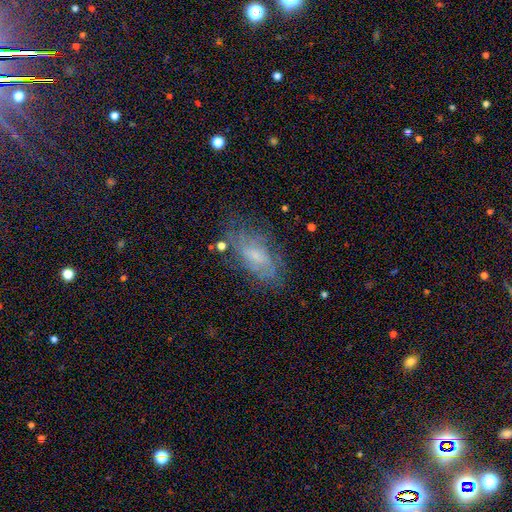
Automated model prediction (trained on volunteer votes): Smooth or featured? Predicted: featured or disk (p=0.60). Edge-on disk? Predicted: no (p=0.91). Bar? Predicted: no (p=0.54). Spiral arms? Predicted: yes (p=0.77). Bulge size? Predicted: small (p=0.56). Merging? Predicted: none (p=0.65).